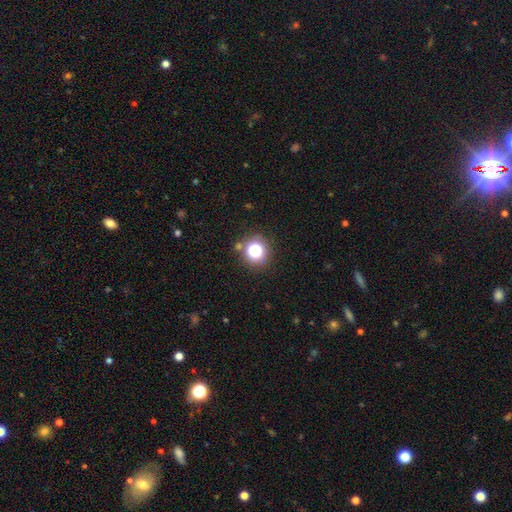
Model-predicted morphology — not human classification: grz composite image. It shows a smooth galaxy with no disk features (50%) that is round (91%). Merging: none (87%).